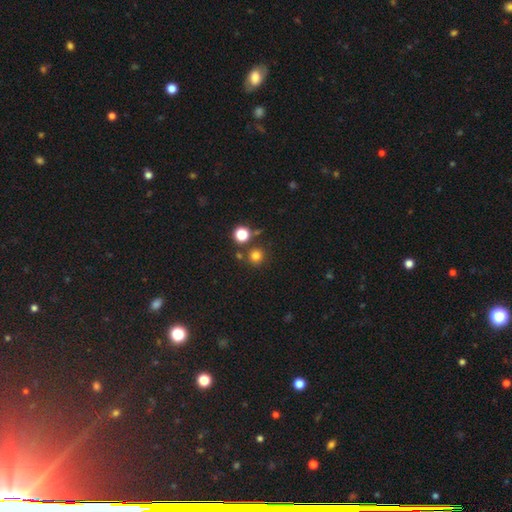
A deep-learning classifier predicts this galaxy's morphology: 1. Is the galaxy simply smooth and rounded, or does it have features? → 77% smooth, 17% star or artifact, 6% featured or disk.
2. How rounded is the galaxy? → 94% round, 5% in between, 1% cigar-shaped.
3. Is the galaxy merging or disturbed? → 80% none, 10% merger, 7% minor disturbance, 3% major disturbance.